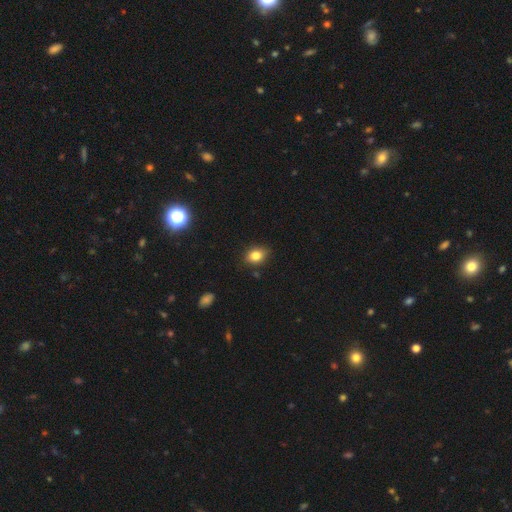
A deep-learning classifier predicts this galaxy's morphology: A smooth galaxy with no disk features (81%) that is in between round and cigar-shaped (65%). Merging: none (82%).